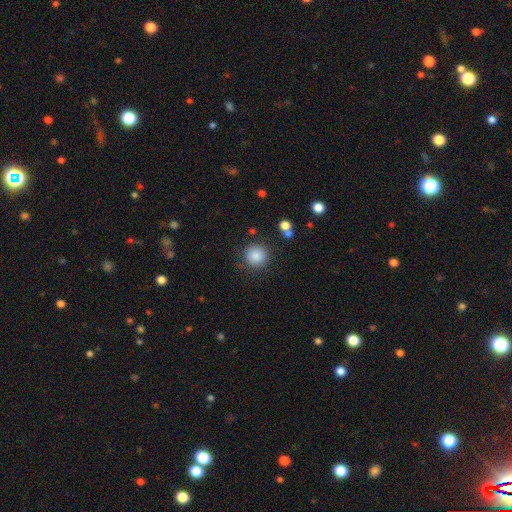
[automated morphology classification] This appears to be a smooth galaxy with no disk features (86%) that is round (94%). Merging: none (83%).